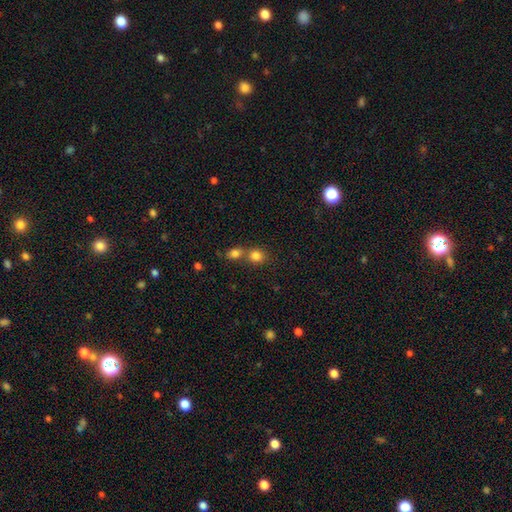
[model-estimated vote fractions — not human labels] The model was most divided on "merging": none: 46%, merger: 45%, minor disturbance: 7%, major disturbance: 3%. More confident: smooth or featured — smooth (82%); how rounded — round (76%).